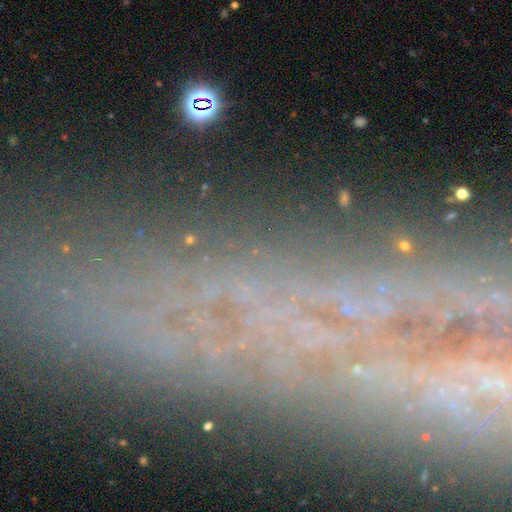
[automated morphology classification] Smooth or featured? star or artifact (51%)